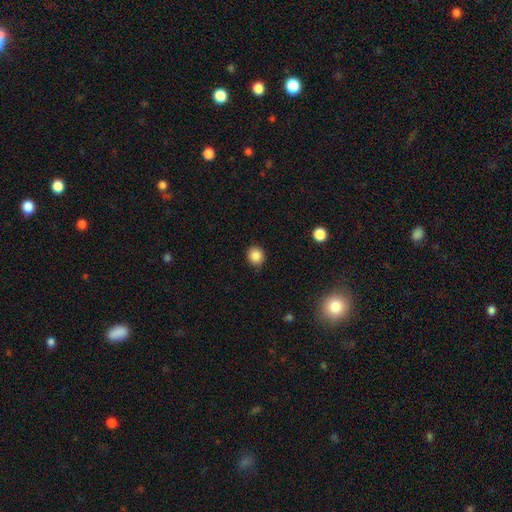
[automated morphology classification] Smooth or featured? Predicted: smooth (p=0.85). How rounded? Predicted: round (p=0.83). Merging? Predicted: none (p=0.85).